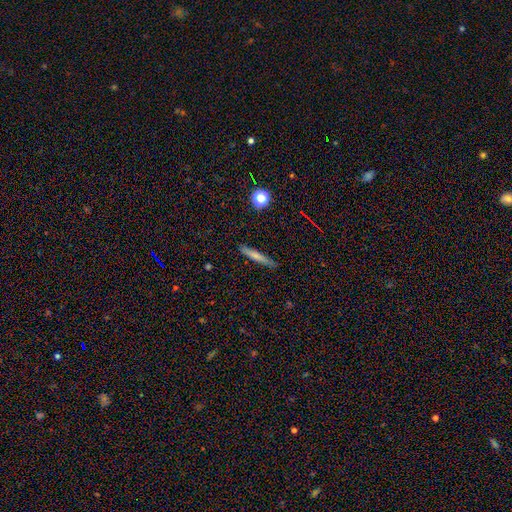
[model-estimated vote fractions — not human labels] Overall: smooth (67%). How rounded: cigar-shaped (93%). Merging: none (87%).